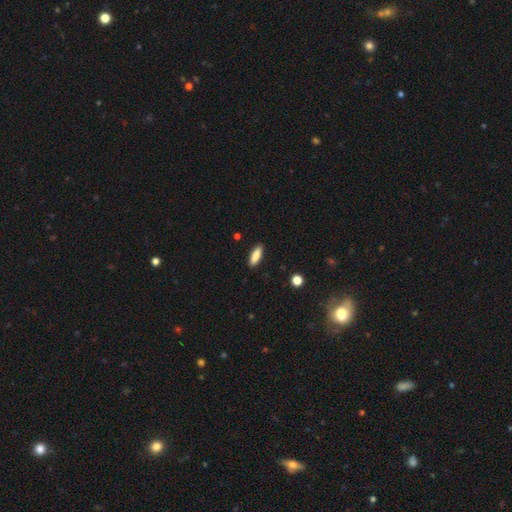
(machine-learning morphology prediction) A smooth galaxy with no disk features (86%) that is in between round and cigar-shaped (53%). Merging: none (89%).